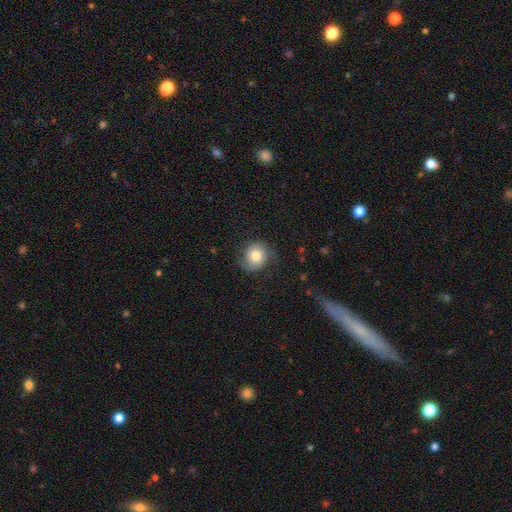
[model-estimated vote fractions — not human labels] Morphology: type=smooth (63%); roundness=round (80%); merging=none (70%).